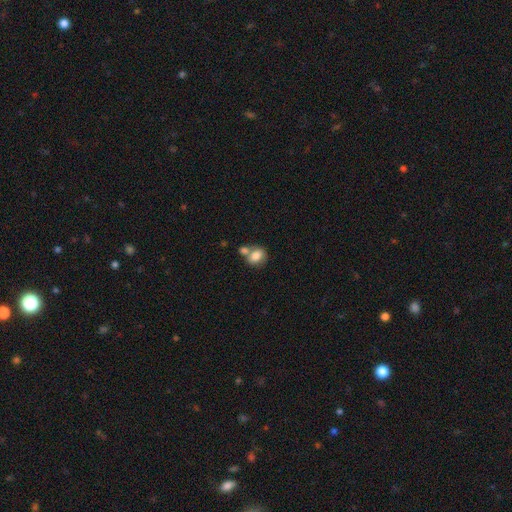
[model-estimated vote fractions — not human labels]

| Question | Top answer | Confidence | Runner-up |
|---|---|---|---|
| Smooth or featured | smooth | 78% | featured or disk (13%) |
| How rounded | in between | 56% | round (43%) |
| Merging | merger | 44% | none (39%) |